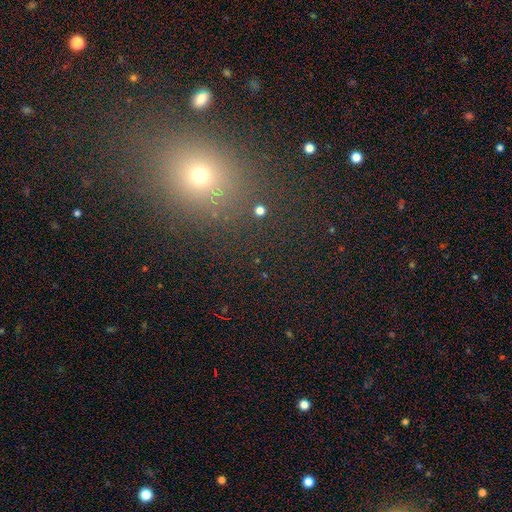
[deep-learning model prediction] The model was most divided on "how rounded": round: 52%, in between: 45%, cigar-shaped: 2%. More confident: merging — none (84%); smooth or featured — smooth (53%).